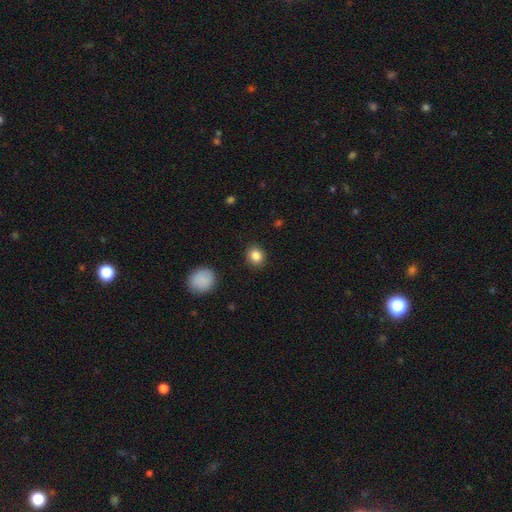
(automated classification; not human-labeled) Smooth or featured: smooth — 86% (star or artifact — 10%)
How rounded: round — 69% (in between — 30%)
Merging: none — 89% (minor disturbance — 8%)